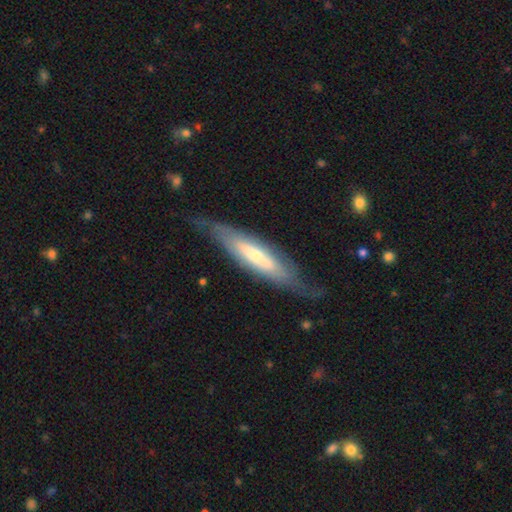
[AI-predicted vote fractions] This is likely a featured or disk galaxy (62%). It is possibly viewed edge-on (53%). Merging: likely none (67%).